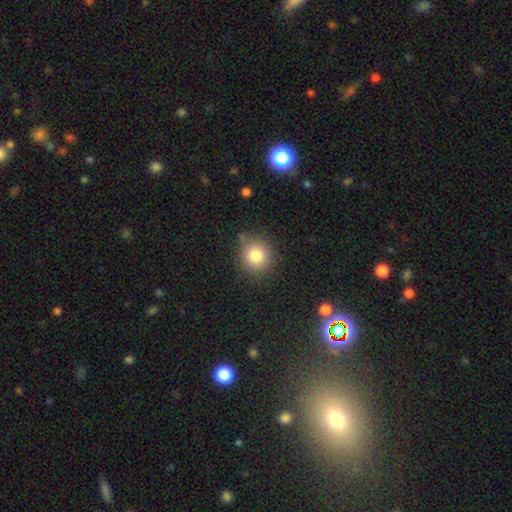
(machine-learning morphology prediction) A smooth galaxy with no disk features (81%) that is round (84%).

Vote fractions:
- Smooth or featured? smooth: 81% / star or artifact: 11% / featured or disk: 8%
- How rounded? round: 84% / in between: 15% / cigar-shaped: 1%
- Merging? none: 74% / minor disturbance: 19% / major disturbance: 5% / merger: 3%